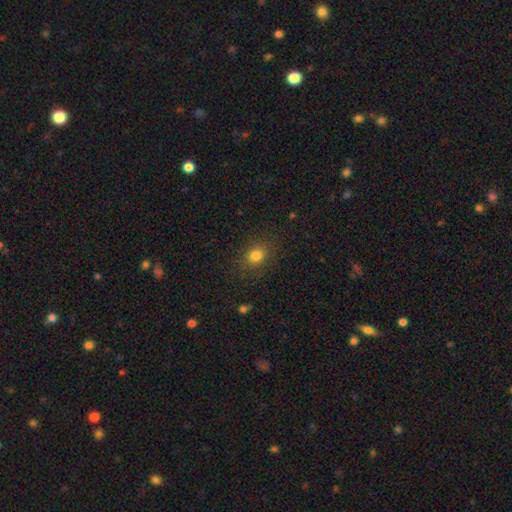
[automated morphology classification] This is clearly a smooth galaxy (81%). How rounded: likely round (66%). Merging: clearly none (86%).